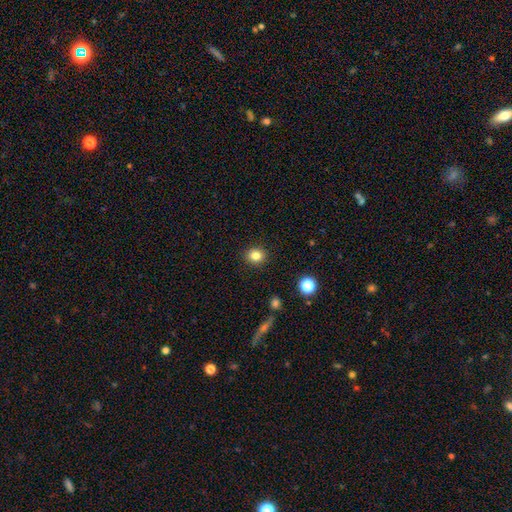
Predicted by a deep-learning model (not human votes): smooth-or-featured: smooth: 82% | star or artifact: 12% | featured or disk: 6%
  how-rounded: round: 79% | in between: 20% | cigar-shaped: 1%
  merging: none: 90% | minor disturbance: 6% | major disturbance: 2% | merger: 1%